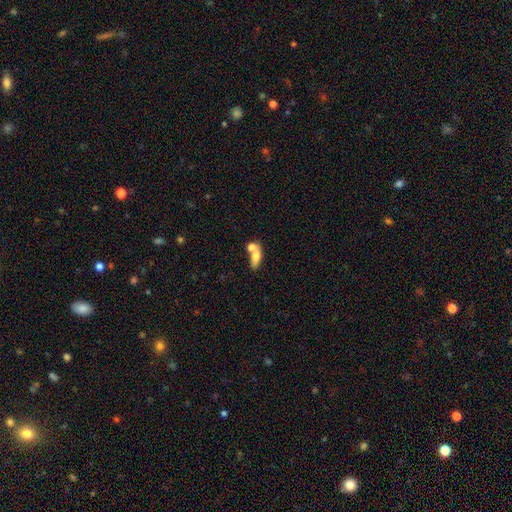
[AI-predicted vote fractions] smooth_or_featured: smooth (p=0.69) [alt: featured or disk p=0.24]
how_rounded: in between (p=0.70) [alt: cigar-shaped p=0.20]
merging: merger (p=0.43) [alt: none p=0.40]